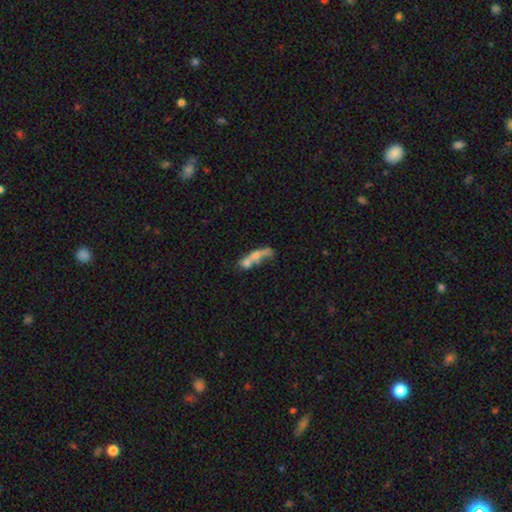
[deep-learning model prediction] smooth 50%, featured or disk 38%, star or artifact 13%. Down the decision tree: merging — merger (51%).